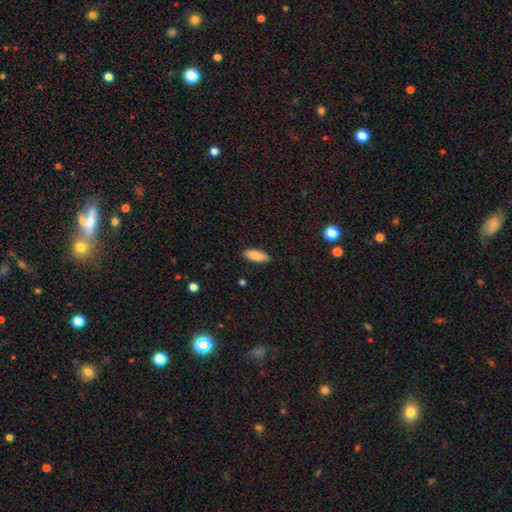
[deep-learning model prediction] smooth 83%, featured or disk 11%, star or artifact 6%. Down the decision tree: how rounded — in between (74%); merging — none (89%).